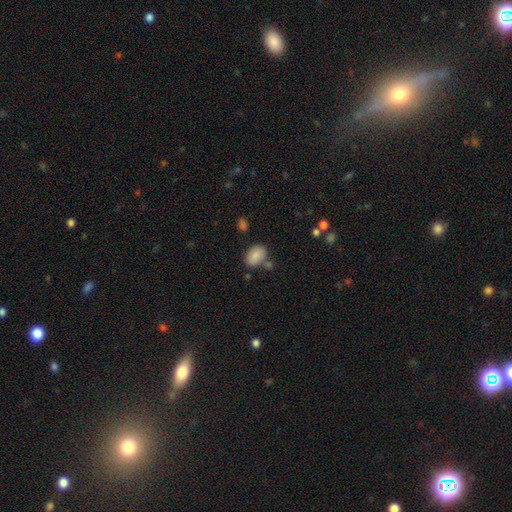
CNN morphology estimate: This appears to be a smooth galaxy with no disk features (84%) that is in between round and cigar-shaped (79%). Merging: none (65%).